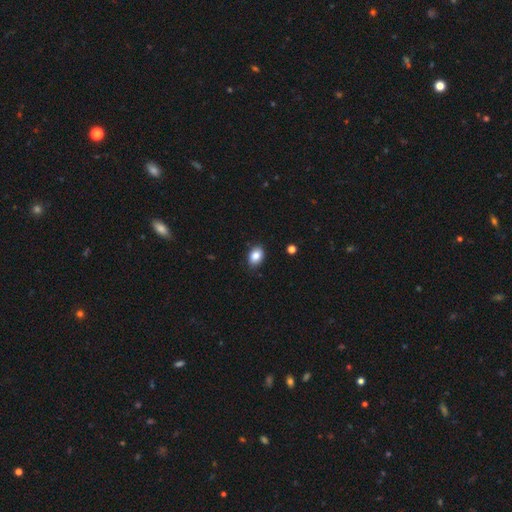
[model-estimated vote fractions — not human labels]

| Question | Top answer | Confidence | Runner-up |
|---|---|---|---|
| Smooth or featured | smooth | 86% | star or artifact (8%) |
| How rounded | in between | 77% | round (22%) |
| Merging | none | 87% | minor disturbance (10%) |